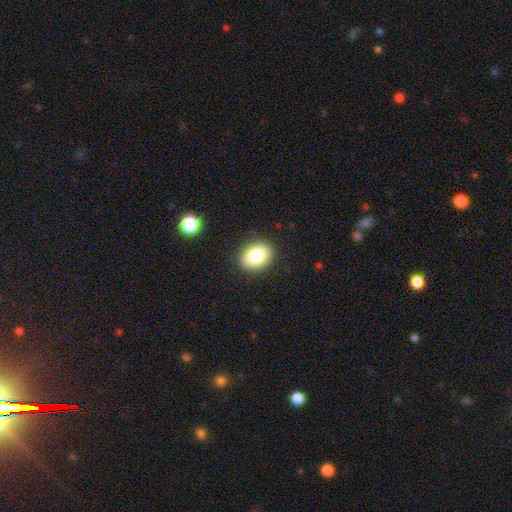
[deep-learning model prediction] This appears to be a smooth galaxy with no disk features (80%) that is in between round and cigar-shaped (65%). Merging: none (89%).